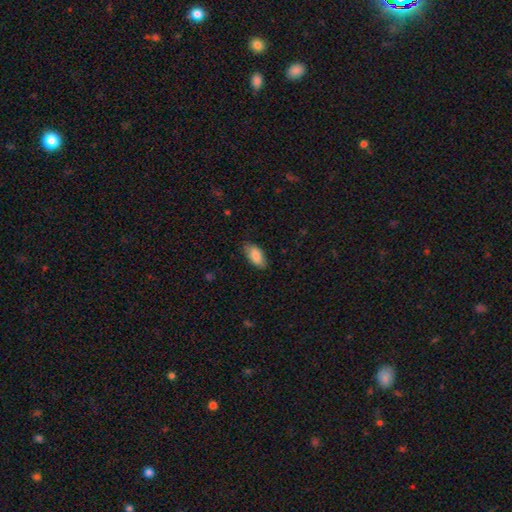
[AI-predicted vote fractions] Smooth or featured? Predicted: smooth (p=0.86). How rounded? Predicted: in between (p=0.93). Merging? Predicted: none (p=0.77).